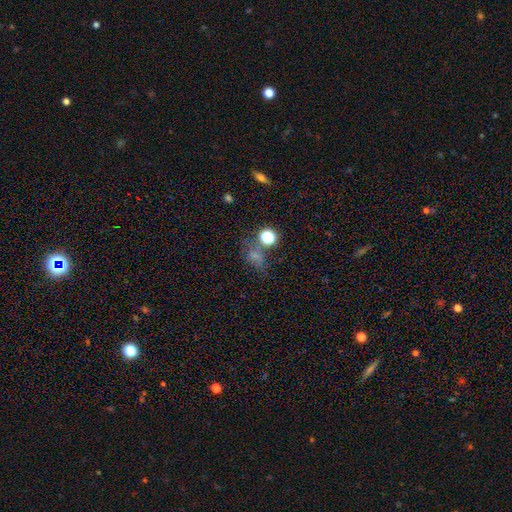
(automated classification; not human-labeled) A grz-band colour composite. It shows a smooth galaxy with no disk features (56%) that is in between round and cigar-shaped (53%). Merging: none (54%).